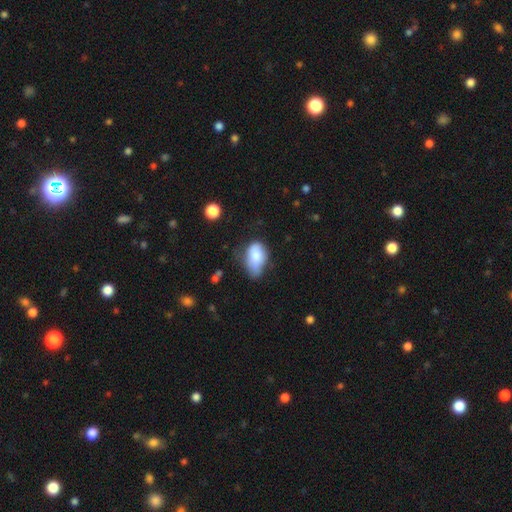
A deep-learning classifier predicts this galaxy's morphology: smooth 78%, featured or disk 14%, star or artifact 7%. Down the decision tree: how rounded — in between (90%); merging — minor disturbance (46%).